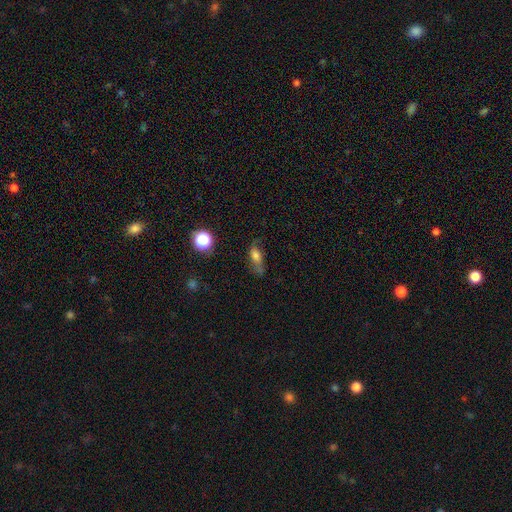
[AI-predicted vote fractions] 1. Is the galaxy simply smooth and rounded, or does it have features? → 64% smooth, 22% featured or disk, 14% star or artifact.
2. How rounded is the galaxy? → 71% in between, 19% cigar-shaped, 10% round.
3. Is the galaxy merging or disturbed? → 49% none, 28% minor disturbance, 18% major disturbance, 4% merger.